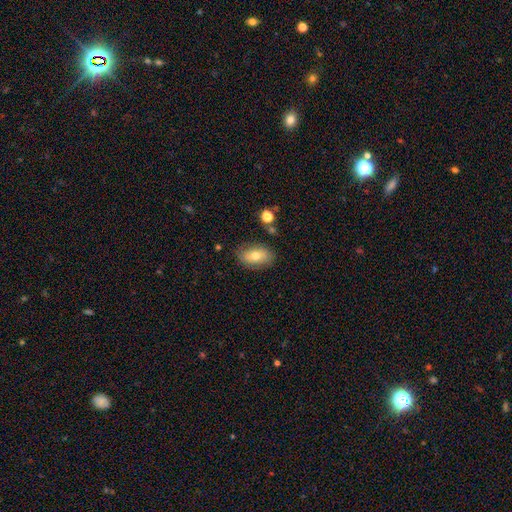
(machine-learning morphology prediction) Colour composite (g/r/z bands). It shows a smooth galaxy with no disk features (69%) that is in between round and cigar-shaped (88%). Merging: none (81%).